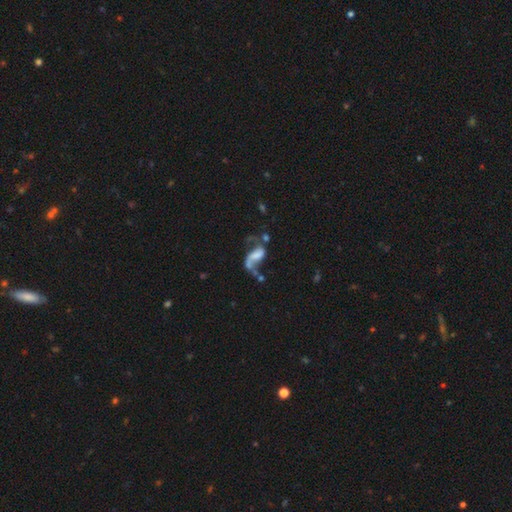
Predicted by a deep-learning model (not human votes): Overall: featured or disk (67%). Edge-on disk: no (96%). Bar: no (43%; weak 33%). Spiral arms: yes (79%). Spiral arm count: 2 (65%; 1 29%). Spiral winding: loose (79%). Bulge size: none (49%; small 20%). Merging: major disturbance (34%; none 28%).